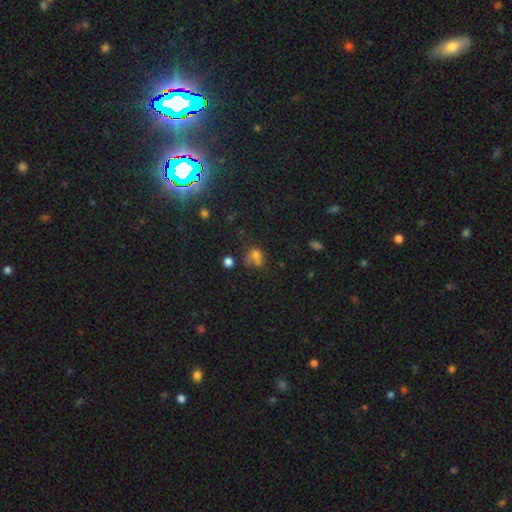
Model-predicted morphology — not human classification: This appears to be a smooth galaxy with no disk features (69%) that is round (59%). Merging: none (37%).